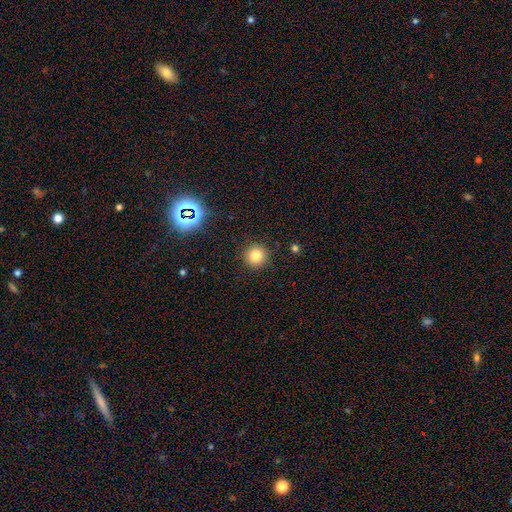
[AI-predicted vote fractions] Smooth or featured?
  - smooth: 79% *
  - star or artifact: 14%
  - featured or disk: 7%
How rounded?
  - round: 95% *
  - in between: 4%
  - cigar-shaped: 1%
Merging?
  - none: 91% *
  - minor disturbance: 6%
  - major disturbance: 2%
  - merger: 1%